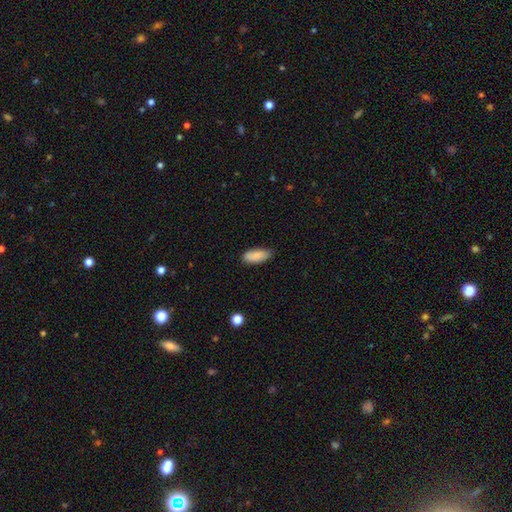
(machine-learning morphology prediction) This appears to be a smooth galaxy with no disk features (88%) that is in between round and cigar-shaped (84%). Merging: none (80%).